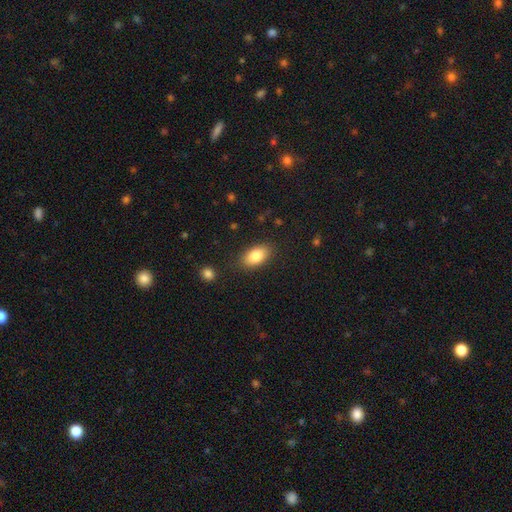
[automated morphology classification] A smooth galaxy with no disk features (83%) that is in between round and cigar-shaped (91%). Merging: none (84%).